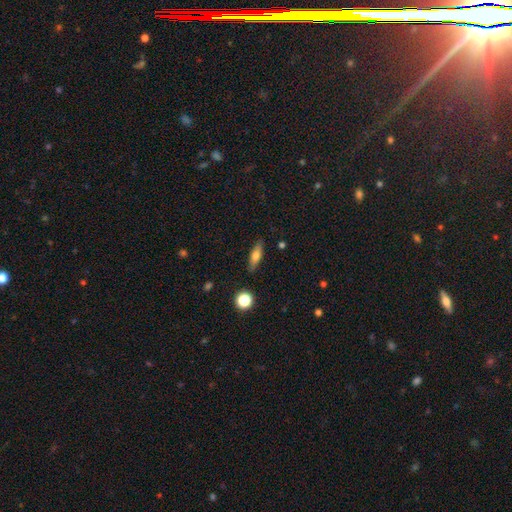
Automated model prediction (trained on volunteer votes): This appears to be a smooth galaxy with no disk features (63%) that is in between round and cigar-shaped (48%, tied with cigar-shaped). Merging: none (86%).